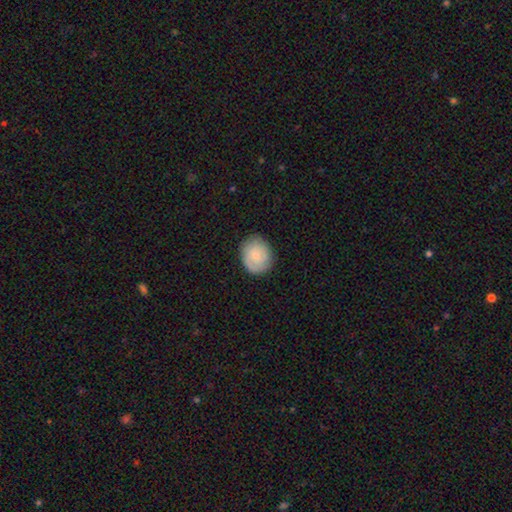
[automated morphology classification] Smooth or featured? Predicted: smooth (p=0.58). How rounded? Predicted: round (p=0.69). Merging? Predicted: none (p=0.83).